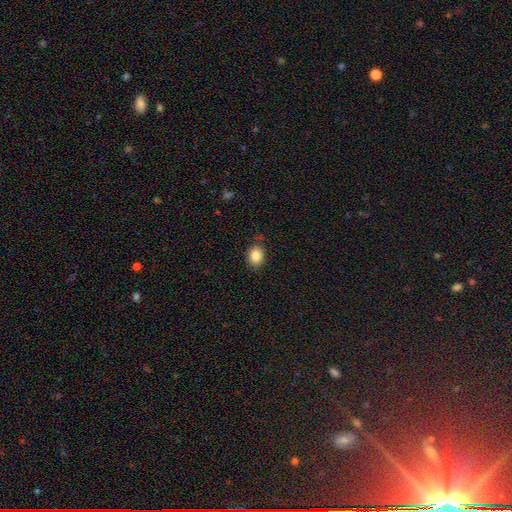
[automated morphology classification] Smooth or featured? Predicted: smooth (p=0.85). How rounded? Predicted: in between (p=0.54). Merging? Predicted: none (p=0.83).